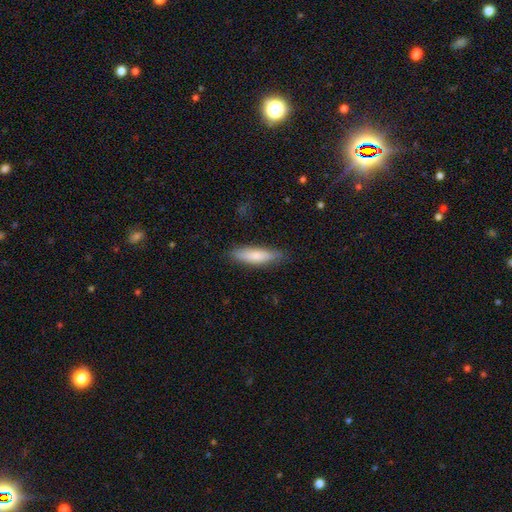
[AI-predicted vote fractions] Smooth or featured: smooth — 78% (featured or disk — 17%)
How rounded: cigar-shaped — 70% (in between — 29%)
Merging: none — 84% (minor disturbance — 13%)